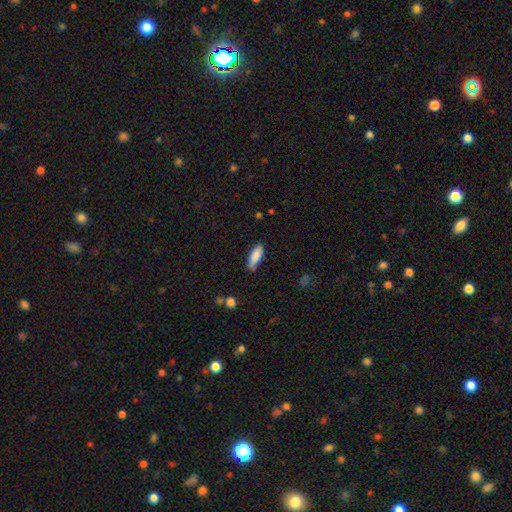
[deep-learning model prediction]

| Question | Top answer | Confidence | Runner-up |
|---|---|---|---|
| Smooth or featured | smooth | 86% | featured or disk (7%) |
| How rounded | in between | 62% | cigar-shaped (37%) |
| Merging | none | 77% | minor disturbance (19%) |